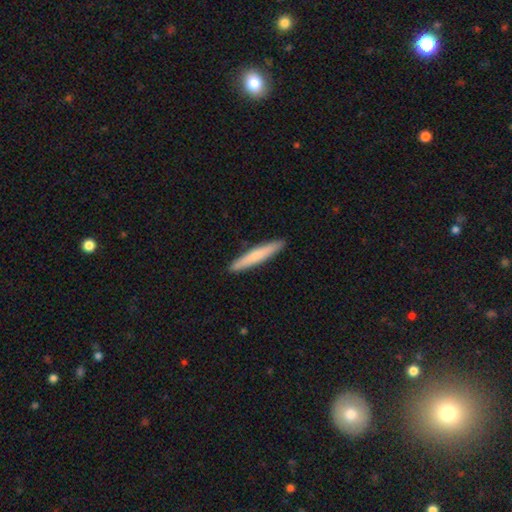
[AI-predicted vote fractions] Smooth or featured?
  - smooth: 72% *
  - featured or disk: 23%
  - star or artifact: 5%
How rounded?
  - cigar-shaped: 95% *
  - in between: 4%
  - round: 1%
Merging?
  - none: 92% *
  - minor disturbance: 6%
  - major disturbance: 1%
  - merger: 1%